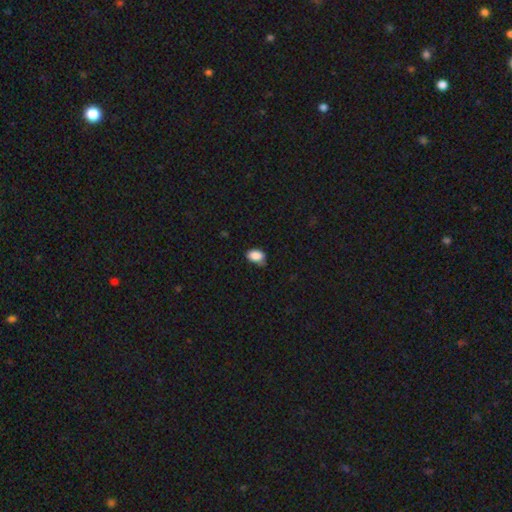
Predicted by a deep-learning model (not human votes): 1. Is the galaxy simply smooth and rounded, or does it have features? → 88% smooth, 8% star or artifact, 4% featured or disk.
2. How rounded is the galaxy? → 82% in between, 17% round, 1% cigar-shaped.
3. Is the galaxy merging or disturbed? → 60% none, 33% minor disturbance, 5% major disturbance, 2% merger.